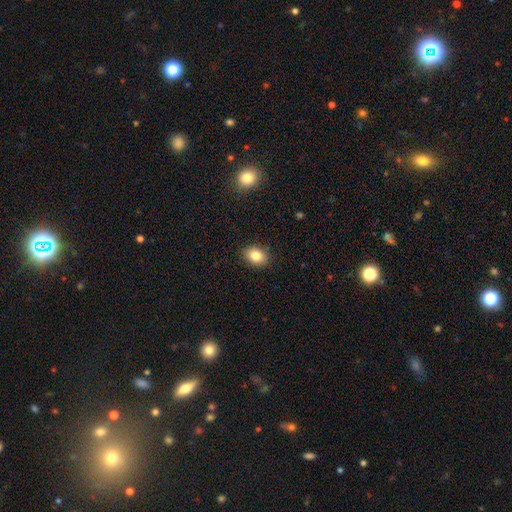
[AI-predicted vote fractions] smooth_or_featured: smooth (p=0.84) [alt: star or artifact p=0.09]
how_rounded: in between (p=0.70) [alt: round p=0.29]
merging: none (p=0.89) [alt: minor disturbance p=0.08]